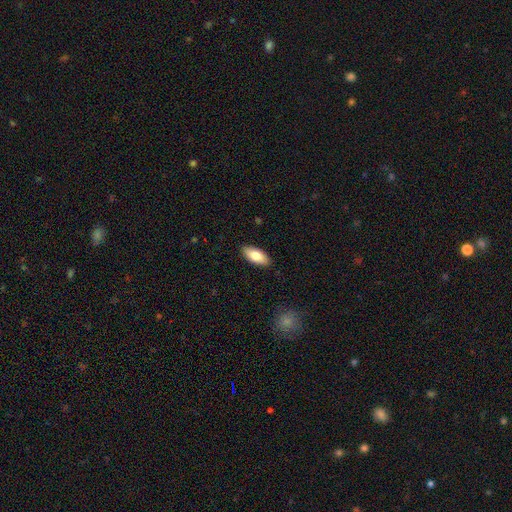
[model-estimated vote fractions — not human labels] A smooth galaxy with no disk features (80%) that is in between round and cigar-shaped (86%). Merging: none (88%).